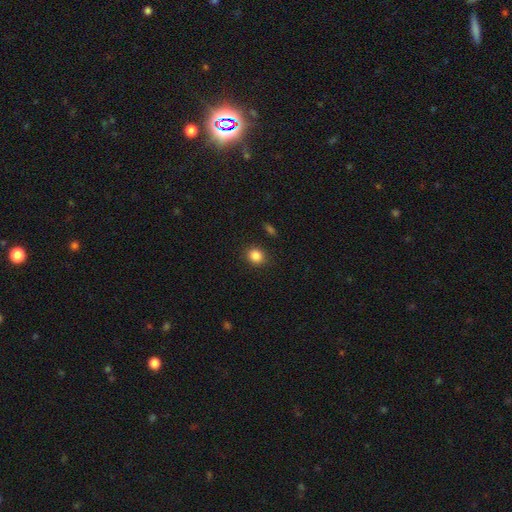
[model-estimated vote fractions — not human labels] smooth-or-featured: smooth: 86% | star or artifact: 10% | featured or disk: 4%
  how-rounded: round: 72% | in between: 27% | cigar-shaped: 1%
  merging: none: 88% | minor disturbance: 8% | major disturbance: 2% | merger: 2%